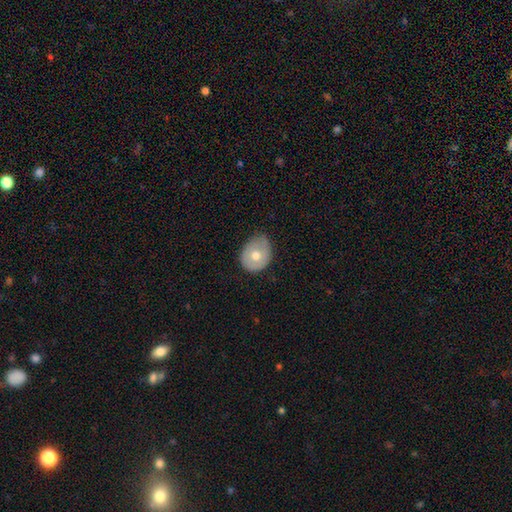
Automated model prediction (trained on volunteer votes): Smooth or featured? smooth (63%)
How rounded? round (54%)
Merging? none (60%)